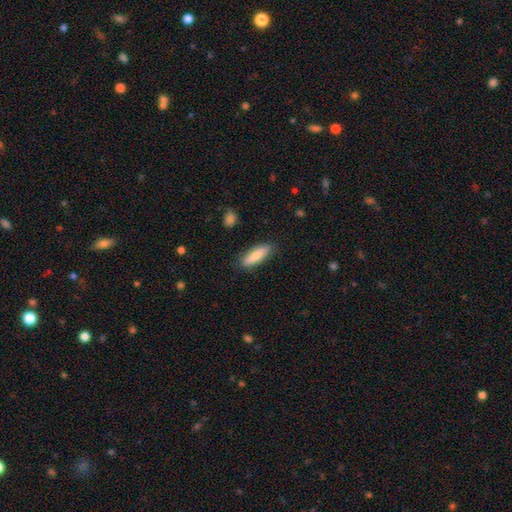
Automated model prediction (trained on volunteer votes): Smooth or featured: smooth — 77% (featured or disk — 17%)
How rounded: cigar-shaped — 59% (in between — 39%)
Merging: none — 86% (minor disturbance — 10%)